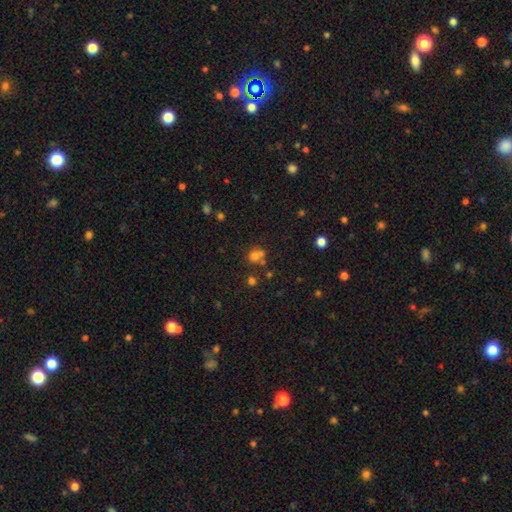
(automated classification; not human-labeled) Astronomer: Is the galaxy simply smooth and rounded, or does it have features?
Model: smooth — 64%.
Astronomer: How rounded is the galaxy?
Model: round — 72%.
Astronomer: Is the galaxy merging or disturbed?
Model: none — 42% (runner-up: merger, 40%).